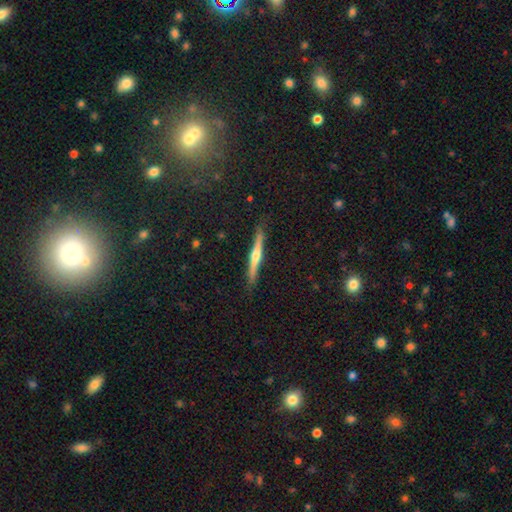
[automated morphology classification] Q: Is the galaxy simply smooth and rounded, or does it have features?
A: featured or disk — 65%.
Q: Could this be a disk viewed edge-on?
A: yes — 97%.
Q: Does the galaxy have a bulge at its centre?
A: rounded — 80%.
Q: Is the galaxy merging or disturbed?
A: none — 86%.